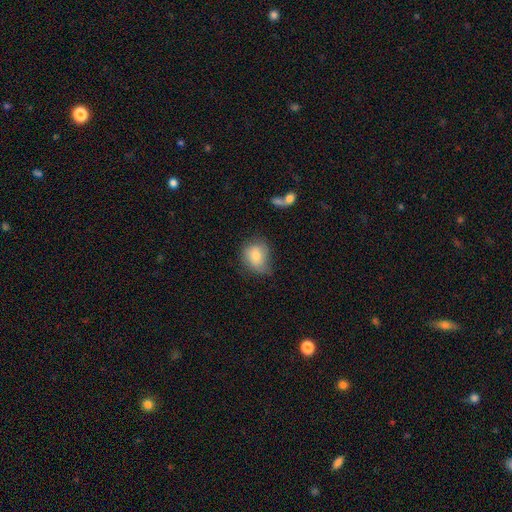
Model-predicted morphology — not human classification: Q: Smooth or featured?
A: smooth (76%); runner-up: featured or disk (16%)
Q: How rounded?
A: round (54%); runner-up: in between (45%)
Q: Merging?
A: none (48%); runner-up: minor disturbance (36%)